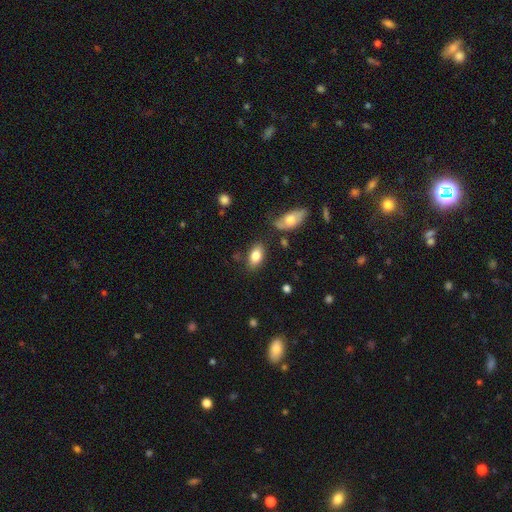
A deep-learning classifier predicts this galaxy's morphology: Smooth or featured?
  - smooth: 81% *
  - featured or disk: 12%
  - star or artifact: 7%
How rounded?
  - in between: 91% *
  - cigar-shaped: 5%
  - round: 4%
Merging?
  - none: 79% *
  - minor disturbance: 13%
  - merger: 4%
  - major disturbance: 3%